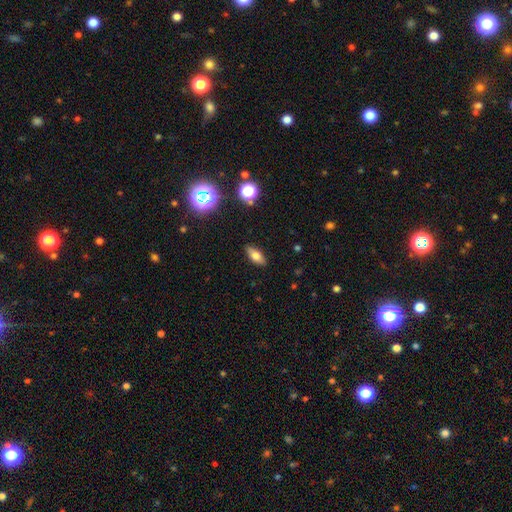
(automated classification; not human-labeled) smooth-or-featured: smooth: 72% | featured or disk: 17% | star or artifact: 11%
  how-rounded: in between: 80% | cigar-shaped: 15% | round: 4%
  merging: none: 88% | minor disturbance: 9% | major disturbance: 2% | merger: 1%